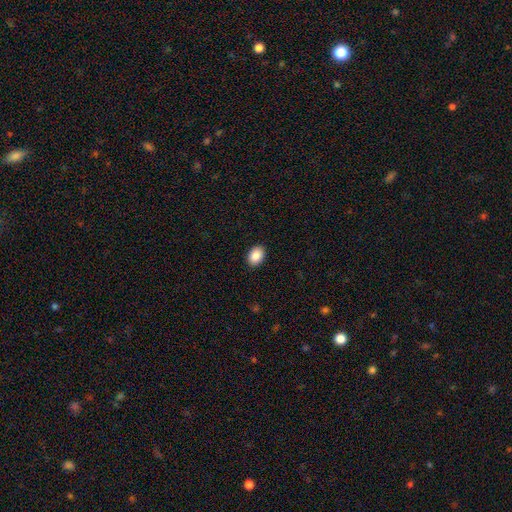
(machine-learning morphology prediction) Smooth or featured?
  - smooth: 88% *
  - star or artifact: 8%
  - featured or disk: 4%
How rounded?
  - in between: 80% *
  - round: 19%
  - cigar-shaped: 1%
Merging?
  - none: 90% *
  - minor disturbance: 7%
  - major disturbance: 2%
  - merger: 1%